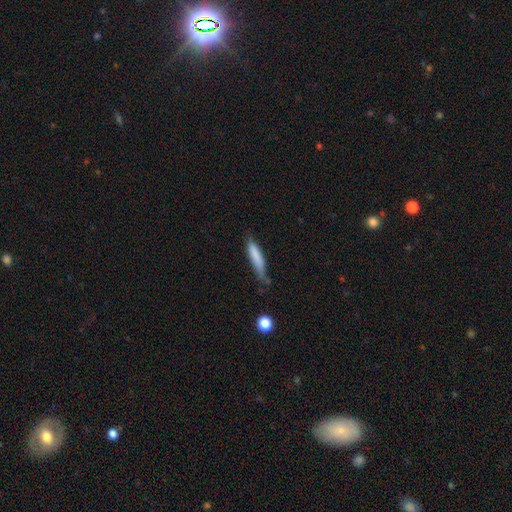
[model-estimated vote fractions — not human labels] Smooth or featured? Predicted: smooth (p=0.77). How rounded? Predicted: cigar-shaped (p=0.86). Merging? Predicted: none (p=0.54).